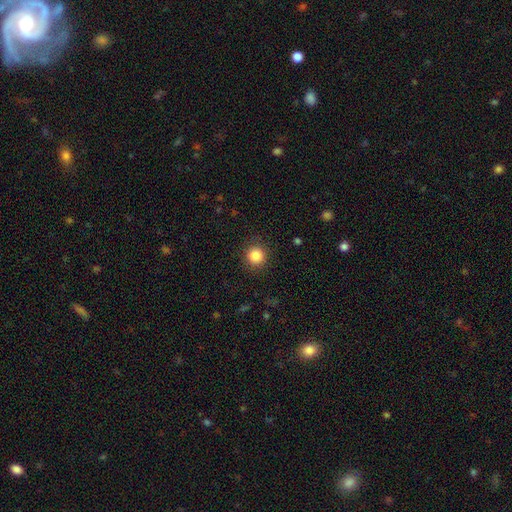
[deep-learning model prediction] Smooth or featured? Predicted: smooth (p=0.85). How rounded? Predicted: round (p=0.94). Merging? Predicted: none (p=0.90).